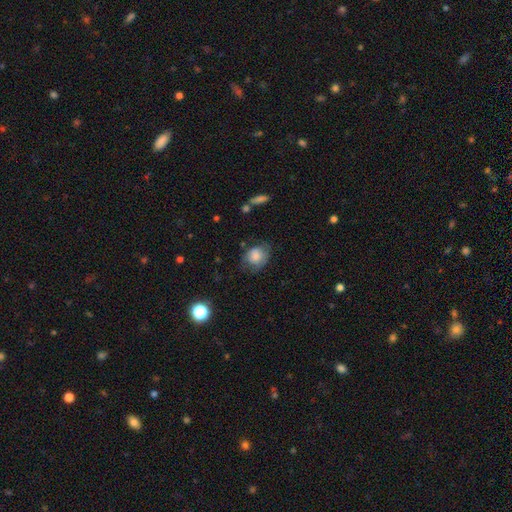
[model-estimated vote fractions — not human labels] This appears to be a smooth galaxy with no disk features (77%) that is round (50%). Merging: none (56%).